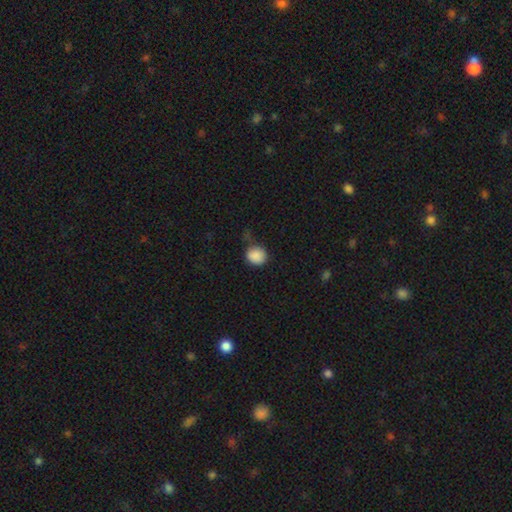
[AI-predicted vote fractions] Smooth or featured? smooth (88%)
How rounded? round (83%)
Merging? none (65%)